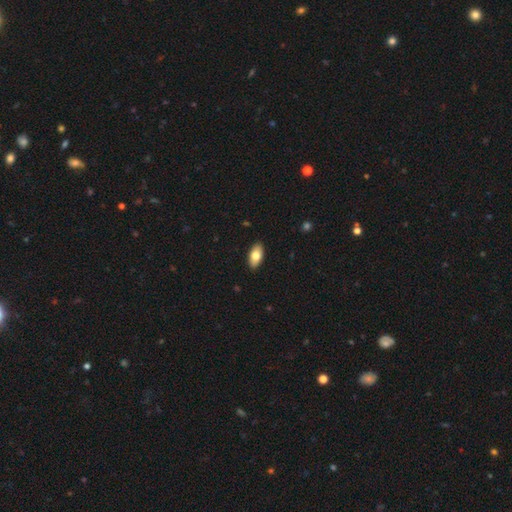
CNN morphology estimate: smooth-or-featured: smooth: 76% | featured or disk: 17% | star or artifact: 6%
  how-rounded: in between: 92% | cigar-shaped: 5% | round: 3%
  merging: none: 89% | minor disturbance: 8% | major disturbance: 2% | merger: 1%